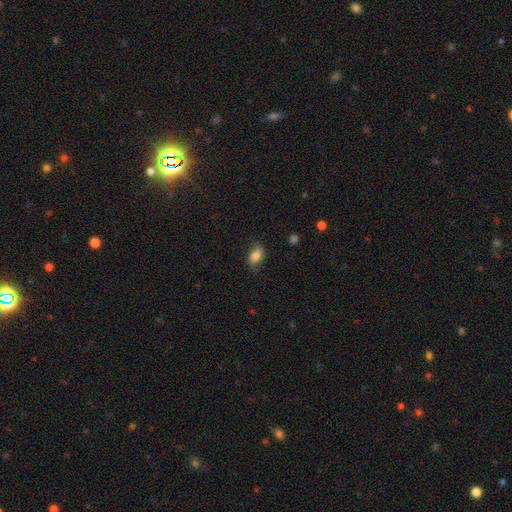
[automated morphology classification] Smooth or featured? smooth (82%)
How rounded? in between (90%)
Merging? none (73%)